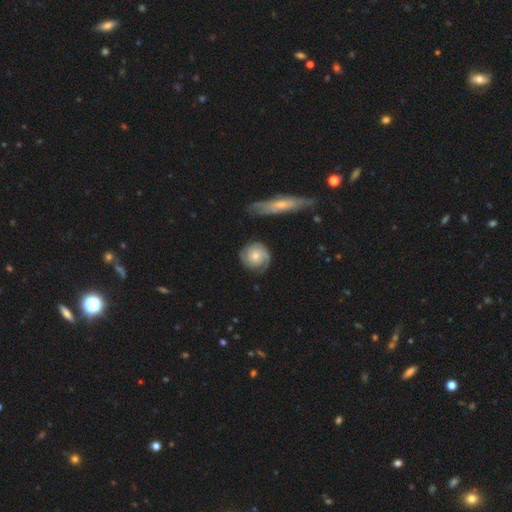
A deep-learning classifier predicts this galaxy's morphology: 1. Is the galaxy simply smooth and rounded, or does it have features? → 72% featured or disk, 23% smooth, 5% star or artifact.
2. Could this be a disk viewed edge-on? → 96% no, 4% yes.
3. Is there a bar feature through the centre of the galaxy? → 77% no, 18% weak, 4% strong.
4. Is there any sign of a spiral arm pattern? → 94% yes, 6% no.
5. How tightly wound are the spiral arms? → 67% tight, 25% medium, 8% loose.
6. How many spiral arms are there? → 54% 2, 18% can't tell, 13% 3, 9% 1, 3% 4, 3% more than 4.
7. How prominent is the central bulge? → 52% small, 40% moderate, 3% large, 3% none, 1% dominant.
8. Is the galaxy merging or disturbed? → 73% none, 17% minor disturbance, 7% major disturbance, 3% merger.